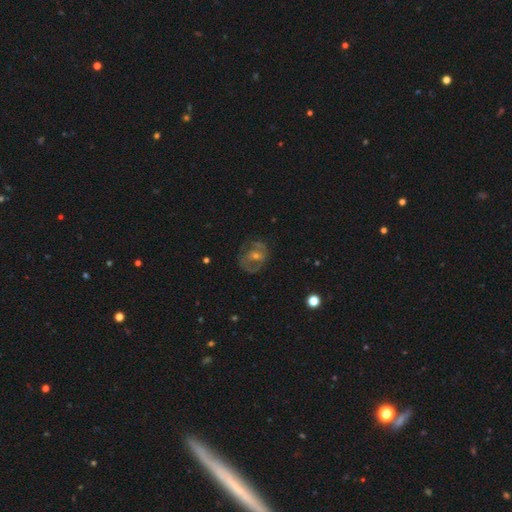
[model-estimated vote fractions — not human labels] A featured or disk galaxy (68%) with no bar (48%), spiral arms (63%) and a small central bulge (47%, tied with moderate). Merging: none (70%).